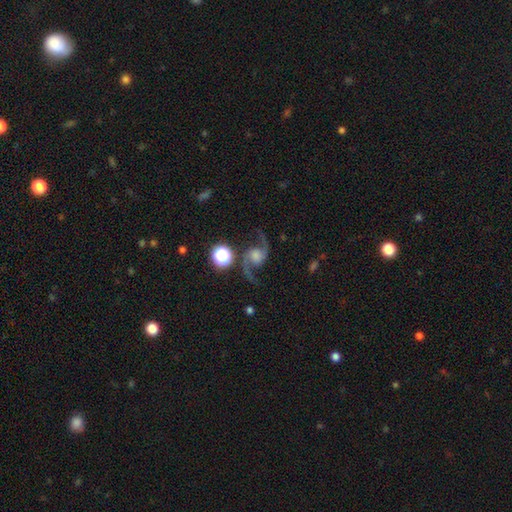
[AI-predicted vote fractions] A featured or disk galaxy (89%) with no bar (60%), 2 (95%) loose (69%) spiral arms (98%) and a moderate central bulge (39%). Merging: none (78%).